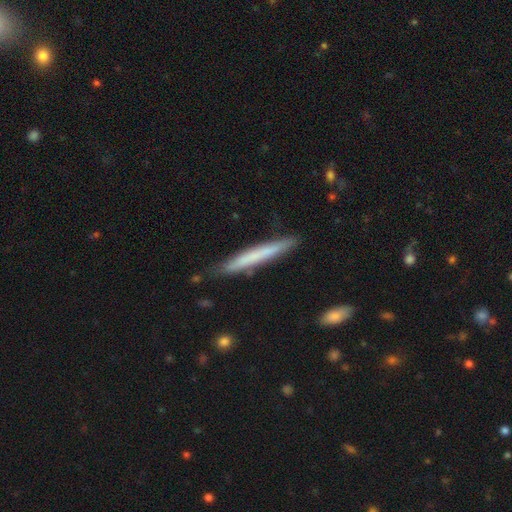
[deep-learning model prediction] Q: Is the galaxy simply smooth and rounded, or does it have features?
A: smooth — 59%.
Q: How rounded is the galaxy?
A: cigar-shaped — 96%.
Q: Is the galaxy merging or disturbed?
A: none — 85%.